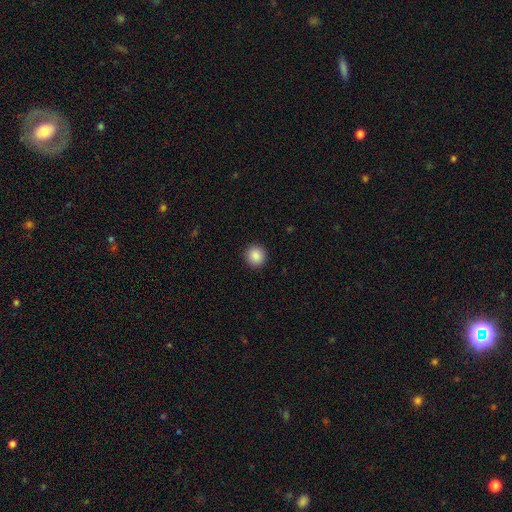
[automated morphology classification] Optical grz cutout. It shows a smooth galaxy with no disk features (88%) that is round (94%). Merging: none (93%).